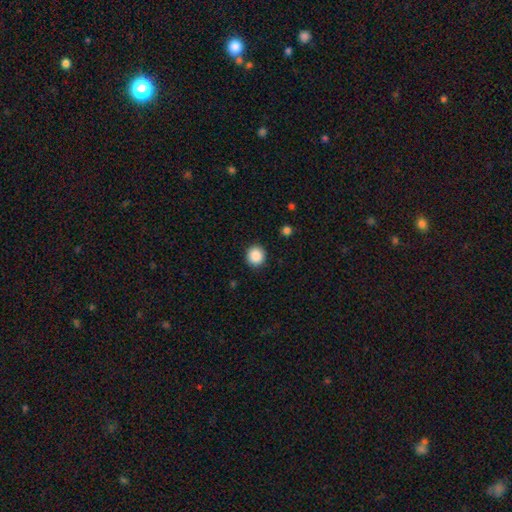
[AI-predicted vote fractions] The model was most divided on "smooth or featured": smooth: 88%, star or artifact: 9%, featured or disk: 3%. More confident: how rounded — round (92%); merging — none (91%).